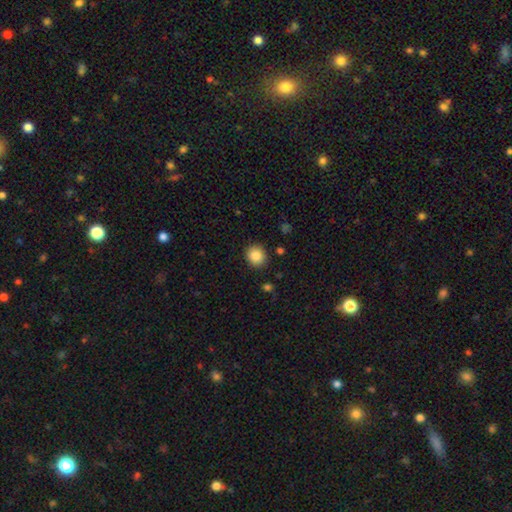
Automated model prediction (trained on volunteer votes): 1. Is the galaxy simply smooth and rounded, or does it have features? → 86% smooth, 9% star or artifact, 5% featured or disk.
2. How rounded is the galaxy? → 80% round, 19% in between, 1% cigar-shaped.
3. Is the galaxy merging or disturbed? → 90% none, 7% minor disturbance, 2% major disturbance, 1% merger.